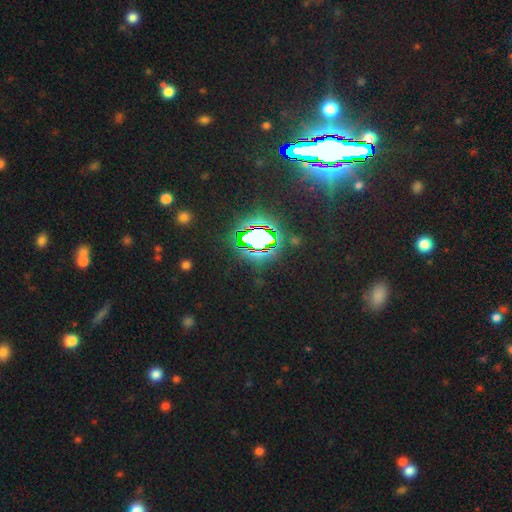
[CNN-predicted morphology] Smooth or featured? Predicted: star or artifact (p=0.81).